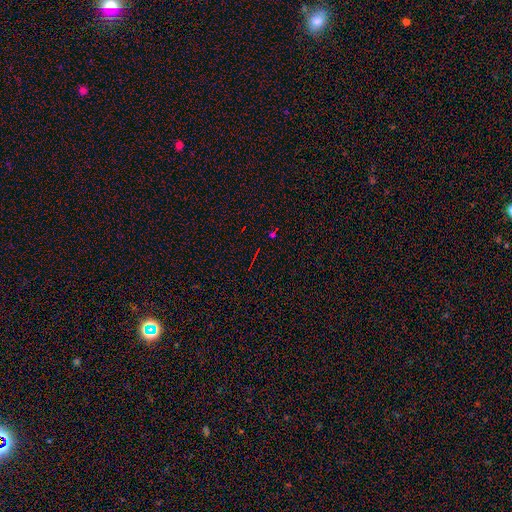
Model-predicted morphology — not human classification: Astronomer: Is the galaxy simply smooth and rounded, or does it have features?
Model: star or artifact — 72%.